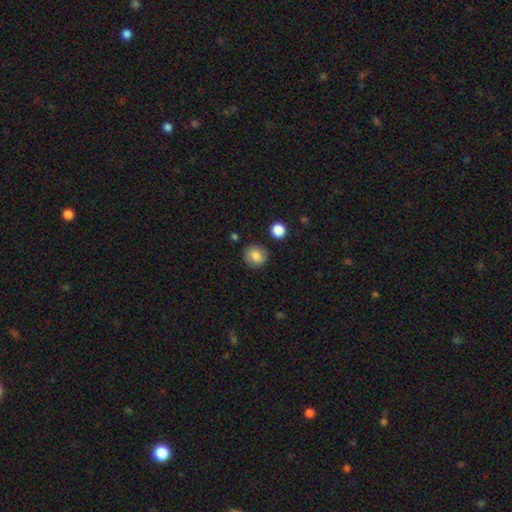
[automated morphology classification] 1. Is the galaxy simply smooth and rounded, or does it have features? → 80% smooth, 10% featured or disk, 10% star or artifact.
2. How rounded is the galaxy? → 82% round, 17% in between, 1% cigar-shaped.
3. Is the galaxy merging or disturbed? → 82% none, 12% minor disturbance, 3% major disturbance, 3% merger.